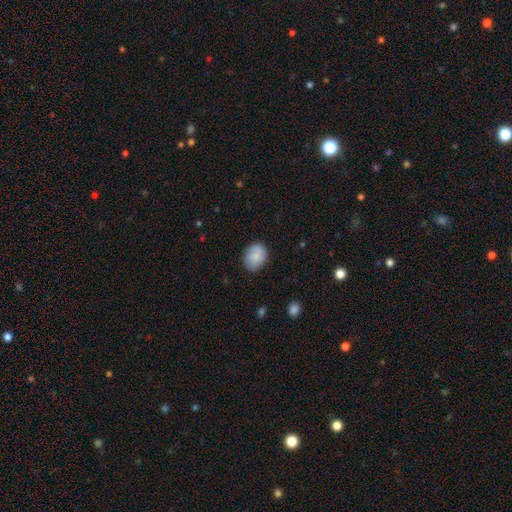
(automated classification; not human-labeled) Morphology: type=smooth (84%); roundness=in between (56%); merging=none (81%).